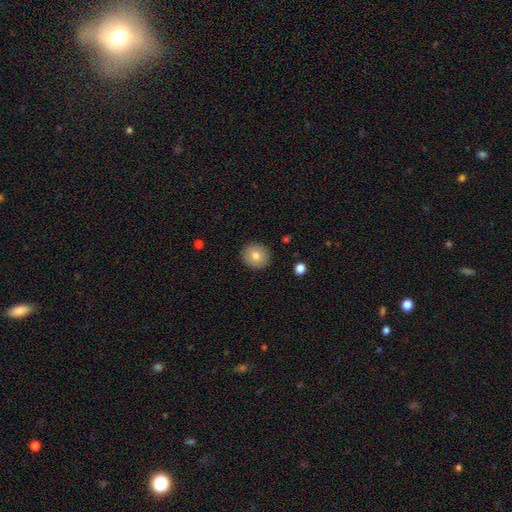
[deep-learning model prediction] A smooth galaxy with no disk features (80%) that is round (86%). Merging: none (91%).